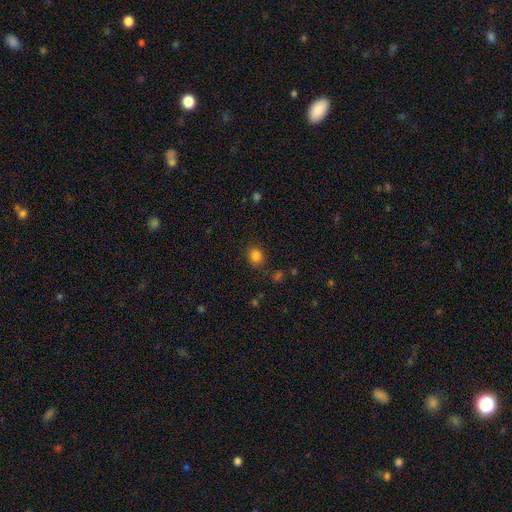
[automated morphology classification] smooth_or_featured: smooth (p=0.82) [alt: star or artifact p=0.13]
how_rounded: round (p=0.69) [alt: in between p=0.30]
merging: none (p=0.82) [alt: minor disturbance p=0.11]